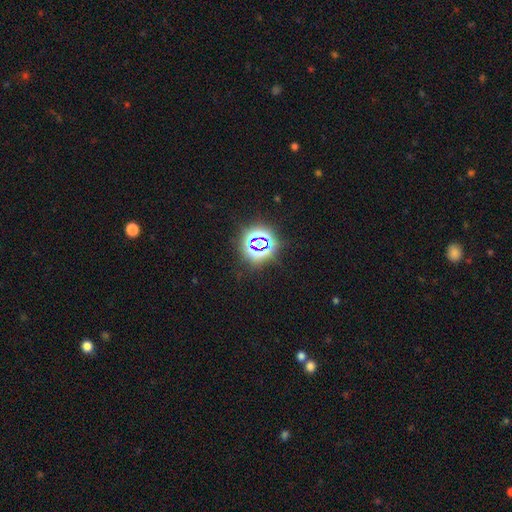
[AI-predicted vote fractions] Q: Smooth or featured?
A: star or artifact (77%); runner-up: smooth (15%)